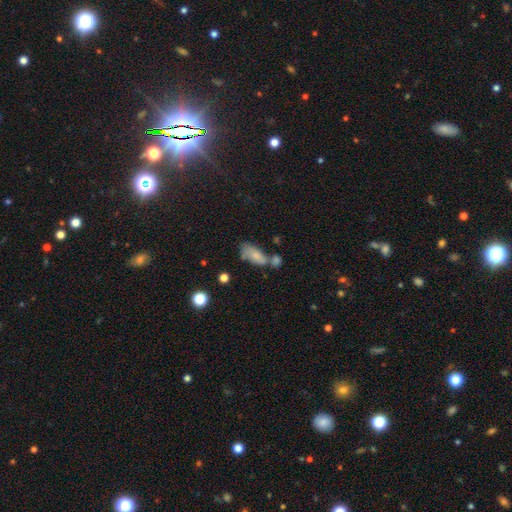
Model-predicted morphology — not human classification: A smooth galaxy with no disk features (73%) that is in between round and cigar-shaped (85%).

Vote fractions:
- Smooth or featured? smooth: 73% / featured or disk: 17% / star or artifact: 10%
- How rounded? in between: 85% / cigar-shaped: 11% / round: 4%
- Merging? merger: 35% / none: 33% / minor disturbance: 21% / major disturbance: 12%